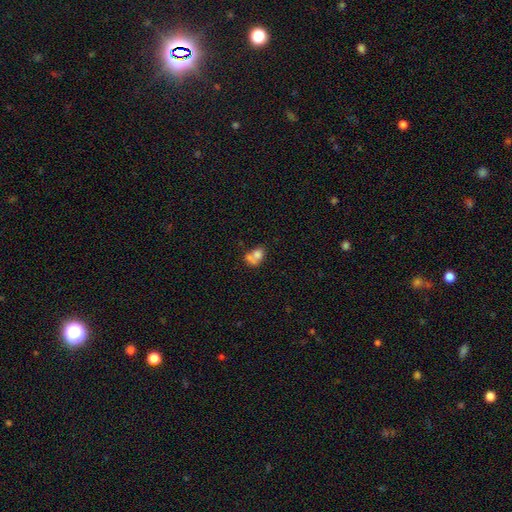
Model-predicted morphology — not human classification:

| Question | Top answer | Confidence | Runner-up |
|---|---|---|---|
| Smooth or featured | smooth | 68% | featured or disk (21%) |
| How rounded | in between | 60% | round (39%) |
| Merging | merger | 57% | none (24%) |